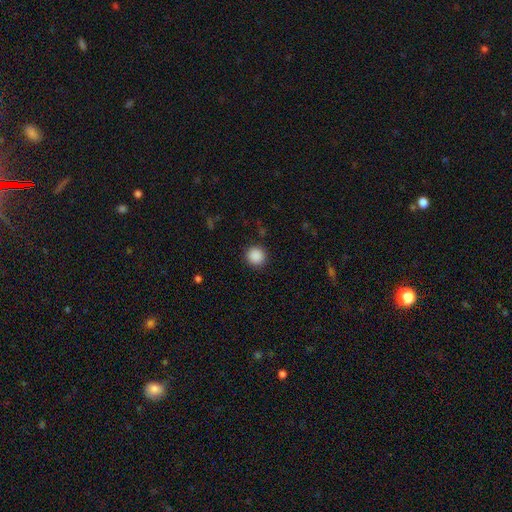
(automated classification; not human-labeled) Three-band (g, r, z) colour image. It shows a smooth galaxy with no disk features (88%) that is round (94%). Merging: none (91%).